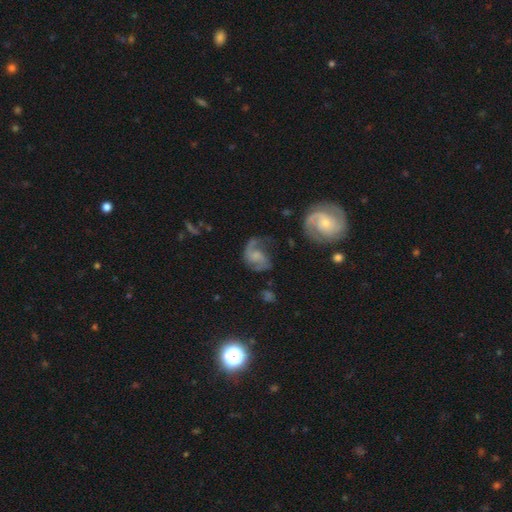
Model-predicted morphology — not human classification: smooth-or-featured: featured or disk: 74% | smooth: 18% | star or artifact: 8%
  disk-edge-on: no: 98% | yes: 2%
    bar: no: 59% | weak: 34% | strong: 7%
    has-spiral-arms: yes: 92% | no: 8%
      spiral-winding: medium: 45% | loose: 40% | tight: 15%
      spiral-arm-count: 2: 71% | 1: 17% | can't tell: 6% | 3: 3% | 4: 1% | more than 4: 1%
    bulge-size: small: 43% | none: 26% | moderate: 25% | large: 5% | dominant: 2%
  merging: none: 47% | major disturbance: 26% | minor disturbance: 22% | merger: 4%